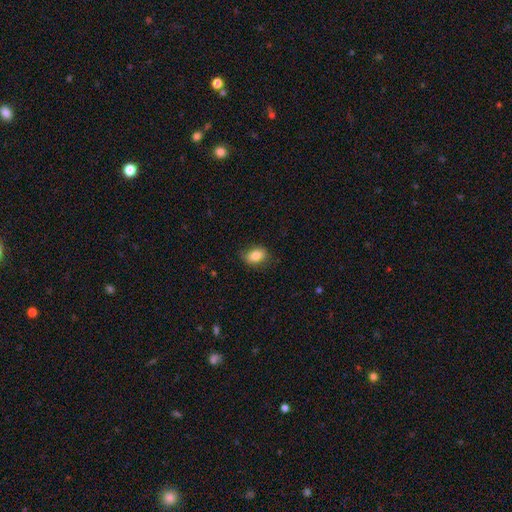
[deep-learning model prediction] smooth 83%, featured or disk 9%, star or artifact 8%. Down the decision tree: how rounded — in between (80%); merging — none (78%).